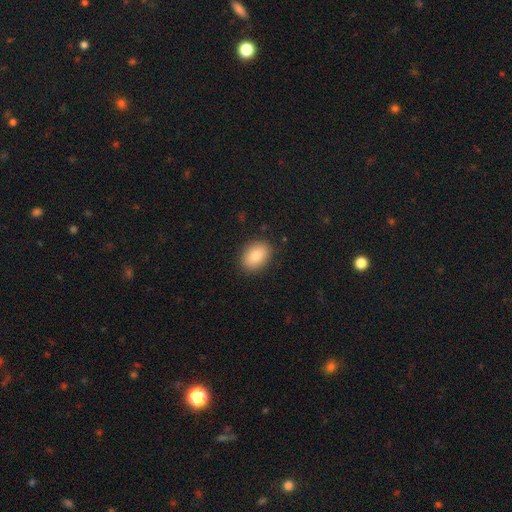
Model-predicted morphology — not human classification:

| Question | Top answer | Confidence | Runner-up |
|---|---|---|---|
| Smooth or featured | smooth | 83% | featured or disk (9%) |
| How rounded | in between | 75% | round (24%) |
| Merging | none | 88% | minor disturbance (9%) |